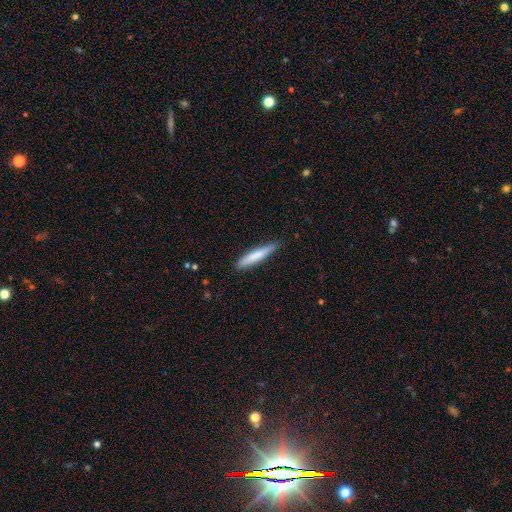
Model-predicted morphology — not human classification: smooth 74%, featured or disk 21%, star or artifact 5%. Down the decision tree: how rounded — cigar-shaped (90%); merging — none (83%).